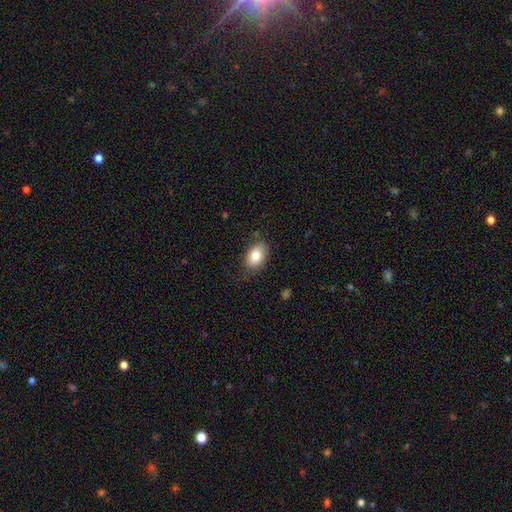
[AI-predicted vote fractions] Q: Smooth or featured?
A: smooth (81%); runner-up: featured or disk (11%)
Q: How rounded?
A: in between (86%); runner-up: round (13%)
Q: Merging?
A: none (79%); runner-up: minor disturbance (16%)